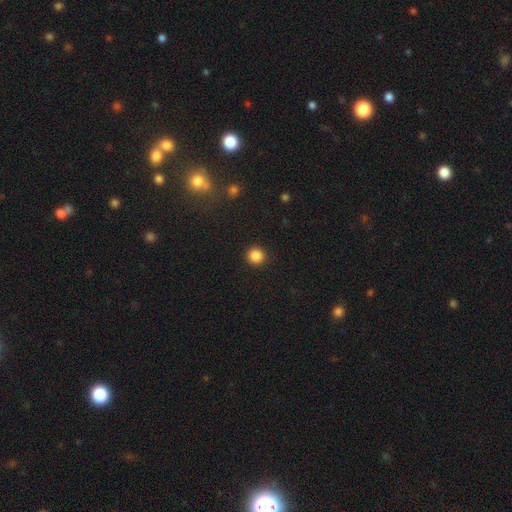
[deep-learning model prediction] Q: Smooth or featured?
A: smooth (86%); runner-up: star or artifact (11%)
Q: How rounded?
A: round (94%); runner-up: in between (5%)
Q: Merging?
A: none (93%); runner-up: minor disturbance (5%)